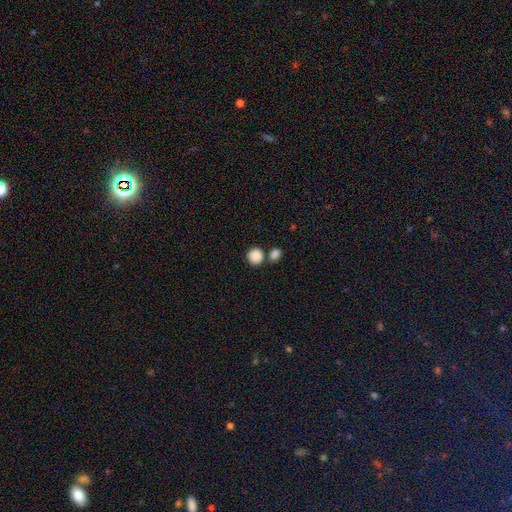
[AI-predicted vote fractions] This is clearly a smooth galaxy (88%). How rounded: clearly round (86%). Merging: likely none (67%).